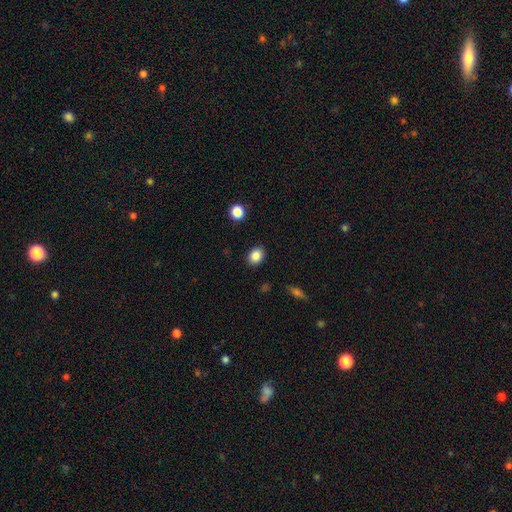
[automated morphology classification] smooth-or-featured: smooth: 86% | star or artifact: 9% | featured or disk: 4%
  how-rounded: in between: 56% | round: 43% | cigar-shaped: 1%
  merging: none: 88% | minor disturbance: 8% | major disturbance: 2% | merger: 1%